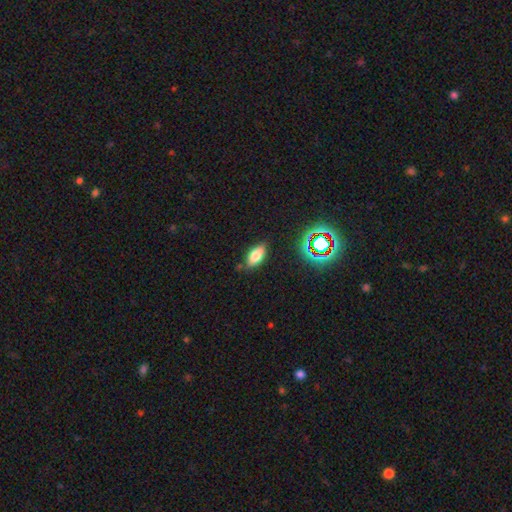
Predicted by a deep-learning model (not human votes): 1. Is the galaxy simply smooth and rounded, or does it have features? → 74% smooth, 14% featured or disk, 12% star or artifact.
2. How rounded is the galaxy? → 87% in between, 9% cigar-shaped, 4% round.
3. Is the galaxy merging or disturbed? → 82% none, 13% minor disturbance, 2% major disturbance, 2% merger.